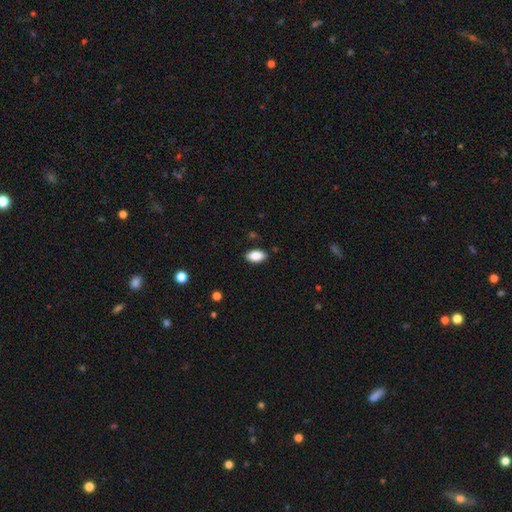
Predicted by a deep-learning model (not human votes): This appears to be a smooth galaxy with no disk features (88%) that is in between round and cigar-shaped (93%). Merging: none (87%).